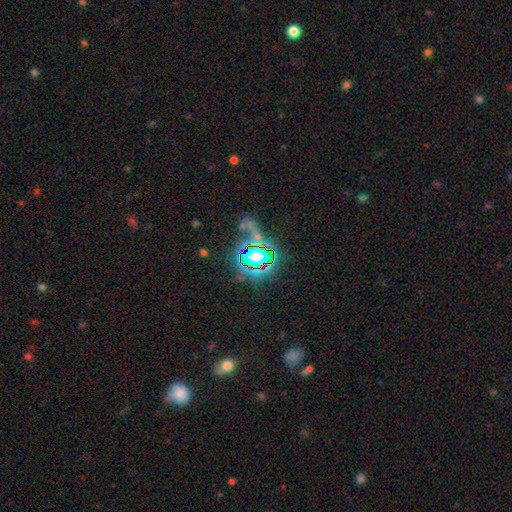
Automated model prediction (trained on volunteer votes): Smooth or featured? star or artifact (74%)